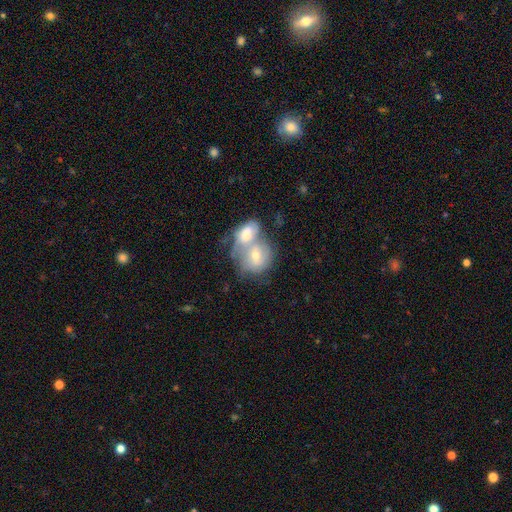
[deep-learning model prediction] featured or disk 51%, smooth 42%, star or artifact 7%. Down the decision tree: edge-on disk — no (96%); merging — merger (72%).